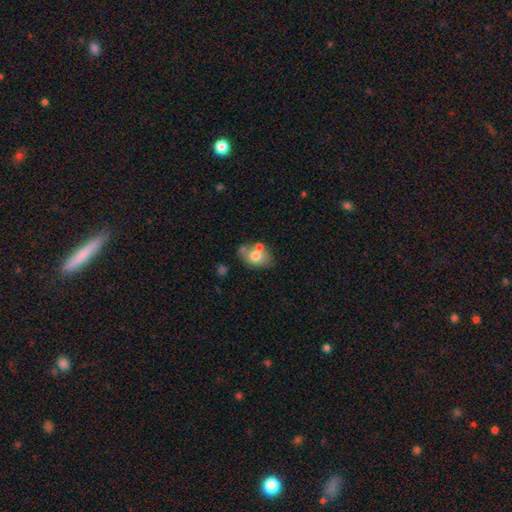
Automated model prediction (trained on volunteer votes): The model was most divided on "merging": none: 53%, merger: 25%, minor disturbance: 17%, major disturbance: 6%. More confident: how rounded — in between (78%); smooth or featured — smooth (66%).